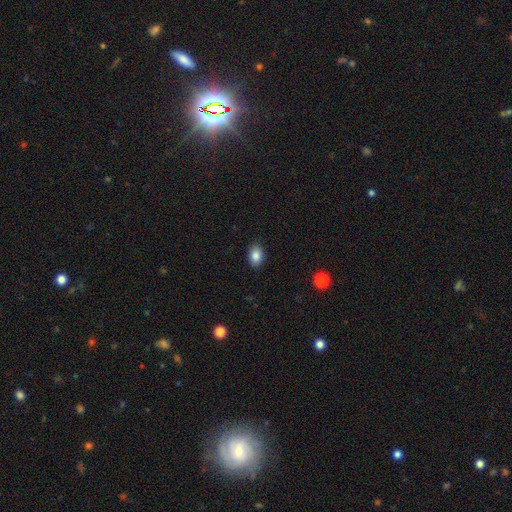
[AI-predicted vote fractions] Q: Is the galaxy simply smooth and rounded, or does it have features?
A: smooth — 86%.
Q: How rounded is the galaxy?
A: in between — 82%.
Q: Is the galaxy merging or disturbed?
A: none — 89%.